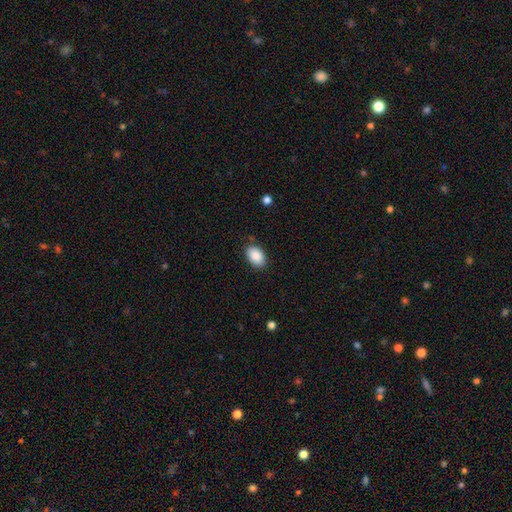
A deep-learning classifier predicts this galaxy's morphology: Smooth or featured? Predicted: smooth (p=0.88). How rounded? Predicted: in between (p=0.89). Merging? Predicted: none (p=0.84).